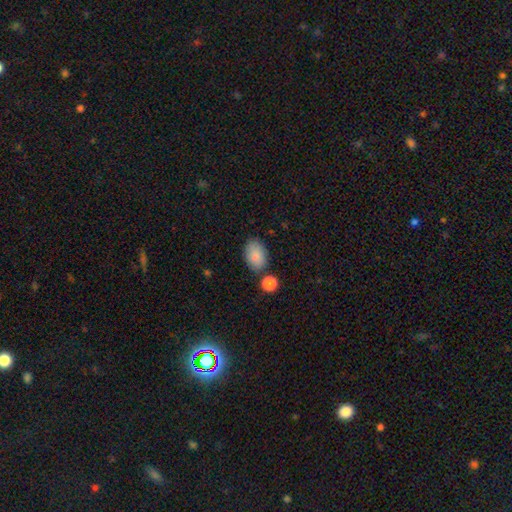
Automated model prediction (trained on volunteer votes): smooth 86%, star or artifact 7%, featured or disk 6%. Down the decision tree: how rounded — in between (87%); merging — none (75%).